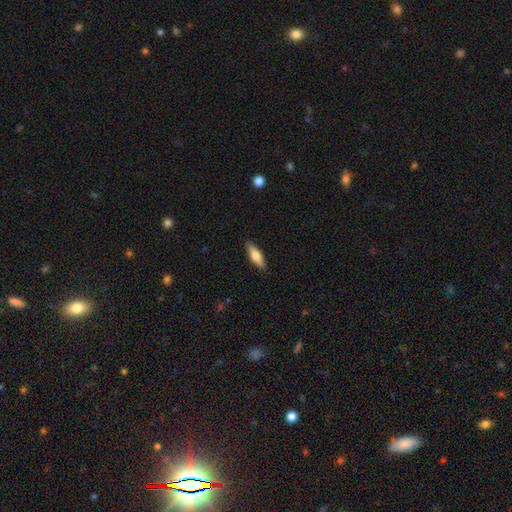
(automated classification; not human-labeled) This appears to be a smooth galaxy with no disk features (65%) that is cigar-shaped (53%). Merging: none (88%).